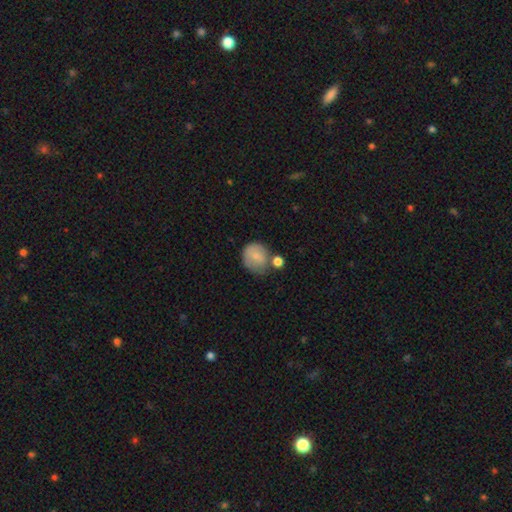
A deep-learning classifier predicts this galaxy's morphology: smooth_or_featured: smooth (p=0.79) [alt: featured or disk p=0.13]
how_rounded: round (p=0.76) [alt: in between p=0.23]
merging: none (p=0.49) [alt: minor disturbance p=0.23]